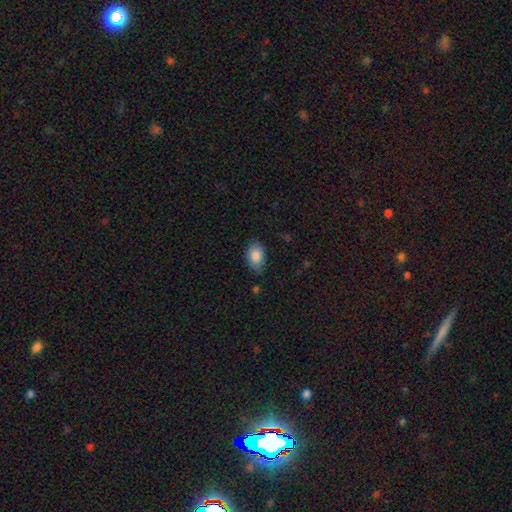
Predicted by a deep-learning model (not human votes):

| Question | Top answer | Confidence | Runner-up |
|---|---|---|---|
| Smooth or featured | smooth | 86% | star or artifact (7%) |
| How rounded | in between | 88% | round (10%) |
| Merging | none | 75% | minor disturbance (20%) |